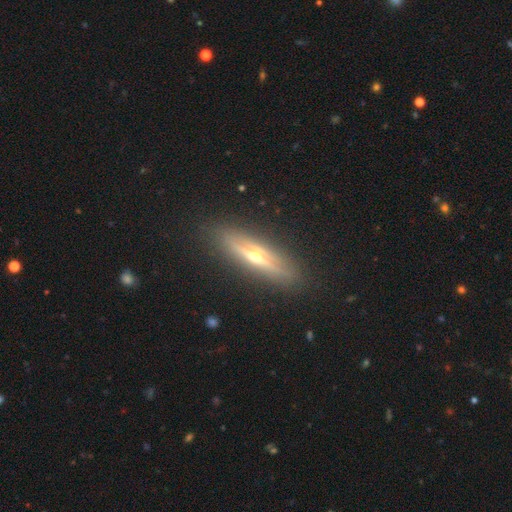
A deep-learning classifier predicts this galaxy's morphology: Smooth or featured: featured or disk — 72% (smooth — 21%)
Edge-on disk: yes — 93% (no — 7%)
Edge-on bulge: rounded — 92% (none — 5%)
Merging: none — 88% (minor disturbance — 8%)